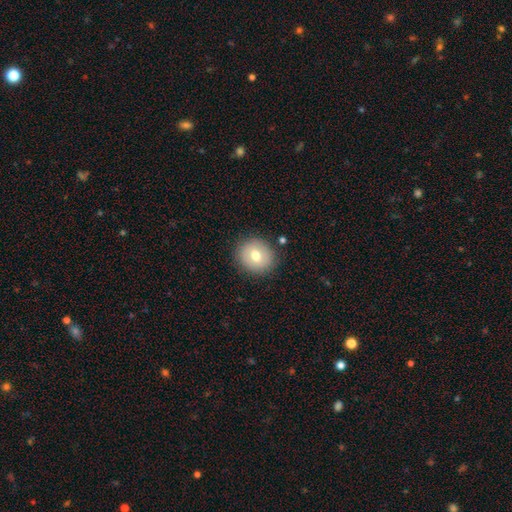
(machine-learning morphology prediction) Smooth or featured? smooth (69%)
How rounded? round (82%)
Merging? none (86%)